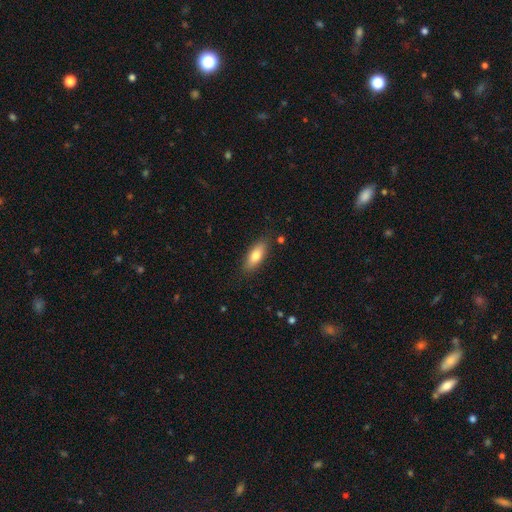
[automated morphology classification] Overall: smooth (78%). How rounded: in between (74%). Merging: none (84%).